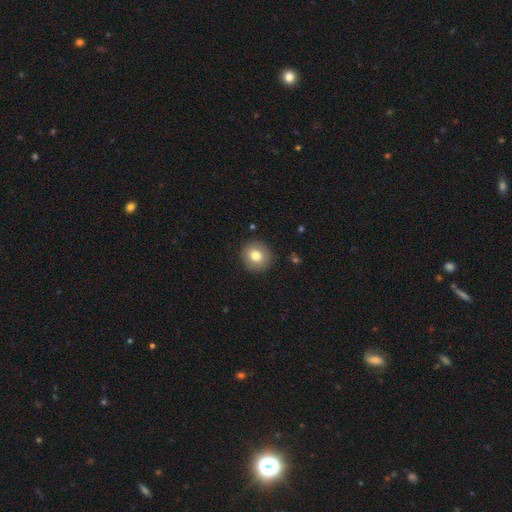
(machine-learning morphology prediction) smooth_or_featured: smooth (p=0.79) [alt: featured or disk p=0.11]
how_rounded: round (p=0.91) [alt: in between p=0.08]
merging: none (p=0.90) [alt: minor disturbance p=0.07]